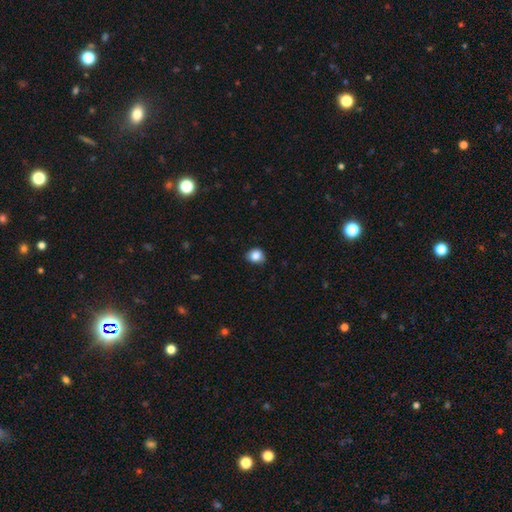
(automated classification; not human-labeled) The model was most divided on "how rounded": round: 66%, in between: 33%, cigar-shaped: 1%. More confident: smooth or featured — smooth (85%); merging — none (71%).